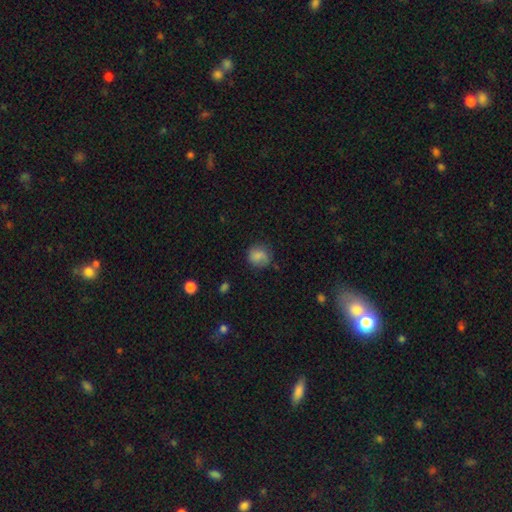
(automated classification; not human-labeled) This appears to be a smooth galaxy with no disk features (76%) that is round (78%). Merging: none (67%).